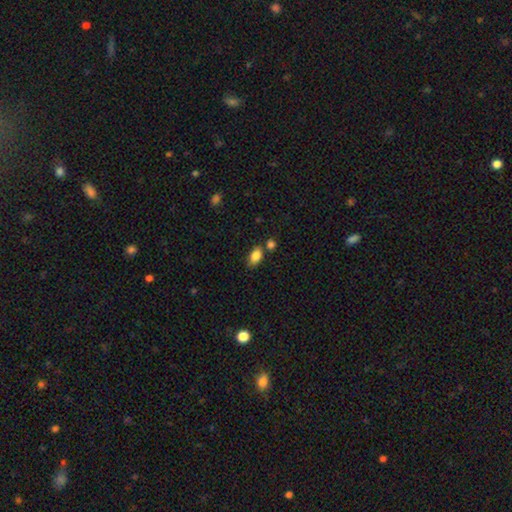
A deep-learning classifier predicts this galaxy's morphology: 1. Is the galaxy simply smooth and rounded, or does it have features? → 85% smooth, 9% star or artifact, 7% featured or disk.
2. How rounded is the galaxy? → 89% in between, 8% round, 3% cigar-shaped.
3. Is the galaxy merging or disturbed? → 67% none, 16% minor disturbance, 14% merger, 4% major disturbance.